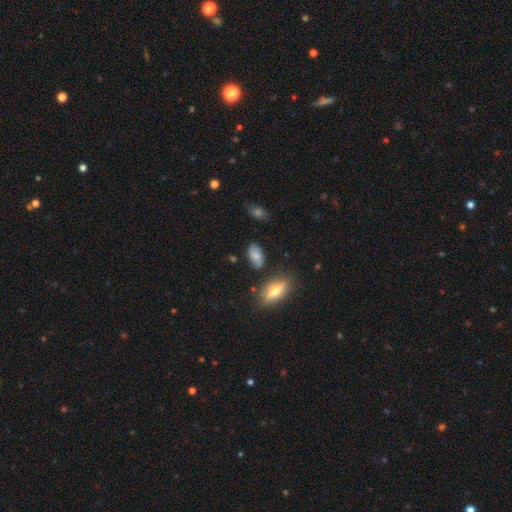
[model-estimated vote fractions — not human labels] A smooth galaxy with no disk features (69%) that is in between round and cigar-shaped (90%). Merging: none (75%).